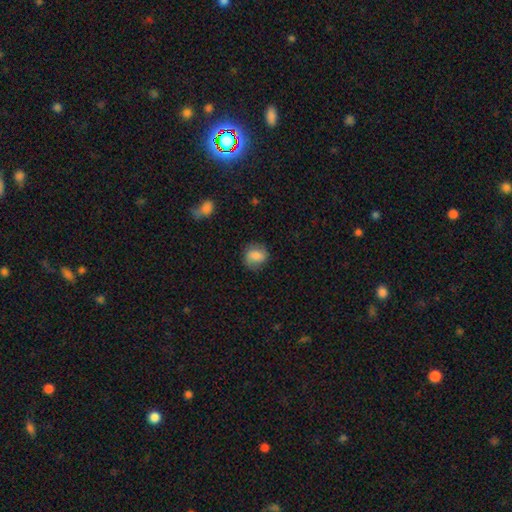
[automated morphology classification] Smooth or featured? Predicted: smooth (p=0.78). How rounded? Predicted: round (p=0.67). Merging? Predicted: none (p=0.76).